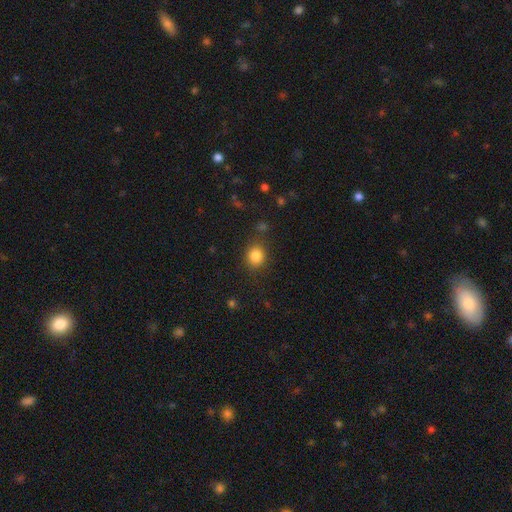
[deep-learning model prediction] Overall: smooth (84%). How rounded: round (79%). Merging: none (83%).